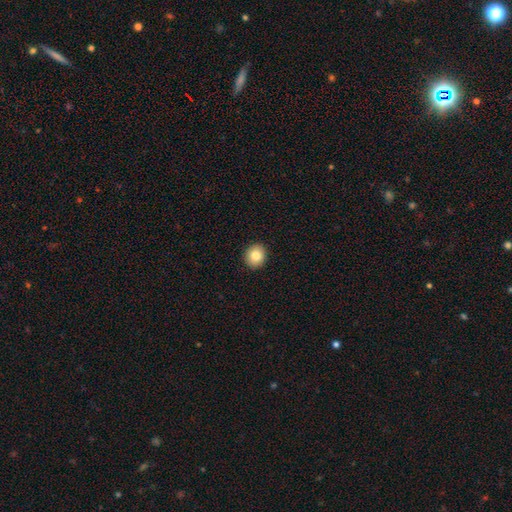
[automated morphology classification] Smooth or featured? smooth (82%)
How rounded? round (80%)
Merging? none (92%)